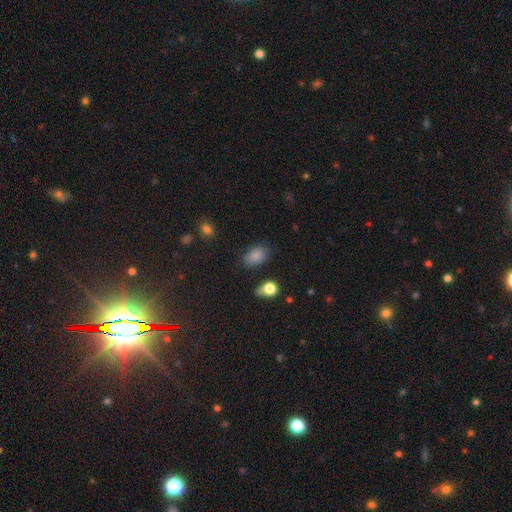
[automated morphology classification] This is clearly a smooth galaxy (85%). How rounded: clearly in between (86%). Merging: likely none (75%).